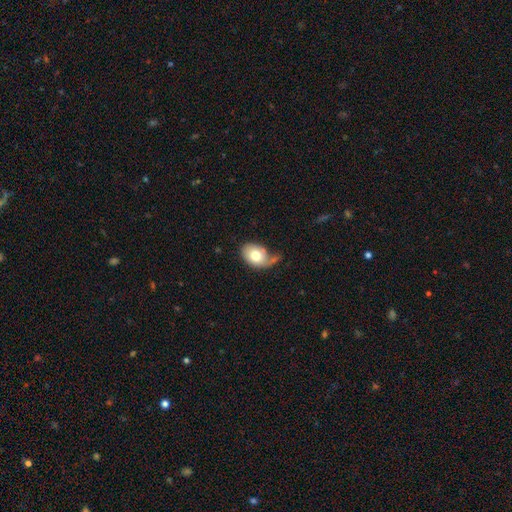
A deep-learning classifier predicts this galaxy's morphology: A smooth galaxy with no disk features (73%) that is in between round and cigar-shaped (72%). Merging: none (38%).